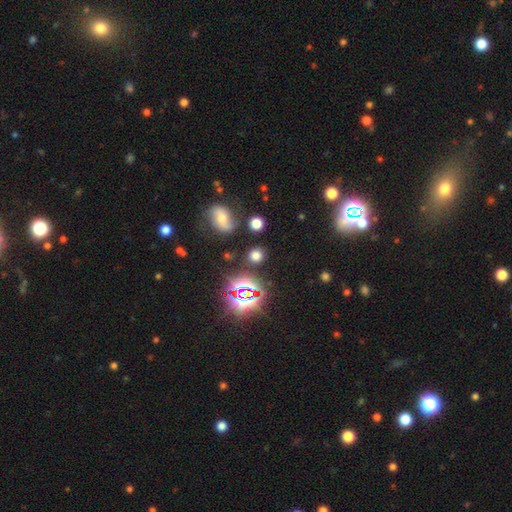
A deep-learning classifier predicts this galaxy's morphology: Q: Smooth or featured?
A: smooth (62%); runner-up: star or artifact (30%)
Q: How rounded?
A: round (80%); runner-up: in between (18%)
Q: Merging?
A: none (82%); runner-up: minor disturbance (9%)